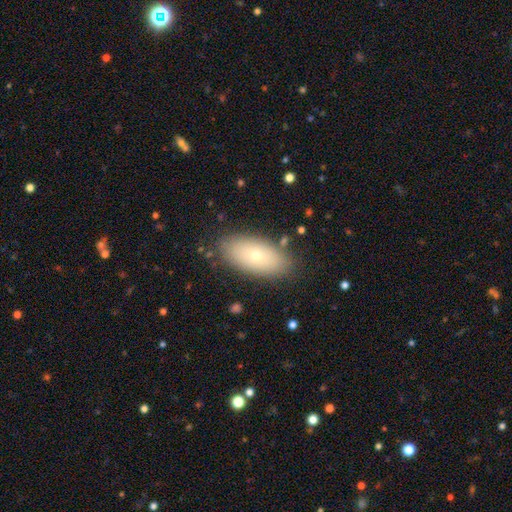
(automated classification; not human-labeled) Smooth or featured: smooth — 69% (featured or disk — 22%)
How rounded: in between — 90% (cigar-shaped — 6%)
Merging: none — 85% (minor disturbance — 10%)